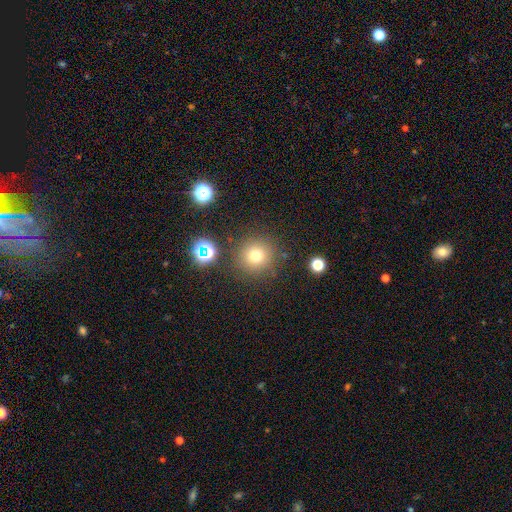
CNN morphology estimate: This is likely a smooth galaxy (72%). How rounded: clearly round (95%). Merging: clearly none (85%).